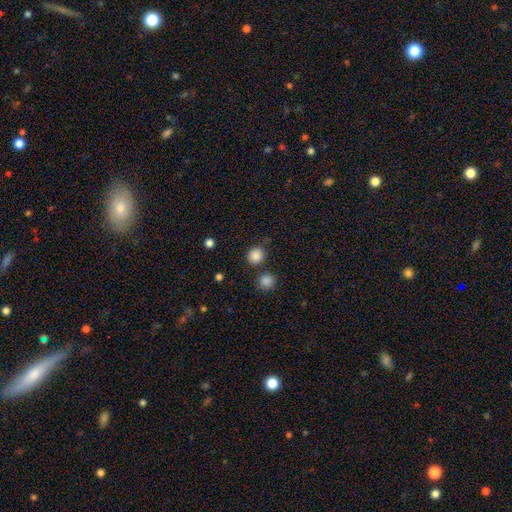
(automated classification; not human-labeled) Smooth or featured: smooth — 86% (star or artifact — 11%)
How rounded: round — 86% (in between — 13%)
Merging: none — 81% (minor disturbance — 9%)